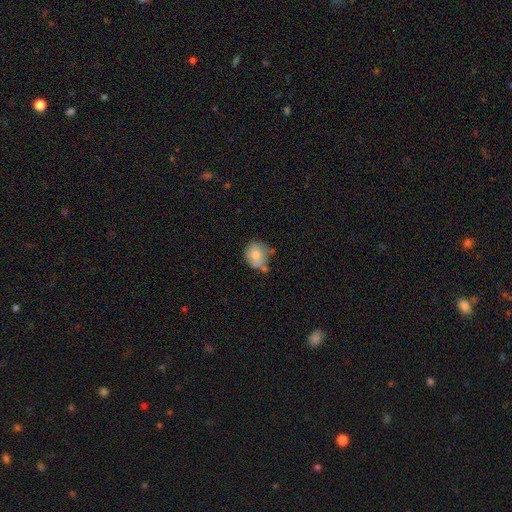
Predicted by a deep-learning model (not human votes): Overall: smooth (72%). How rounded: round (70%). Merging: none (51%; minor disturbance 28%).